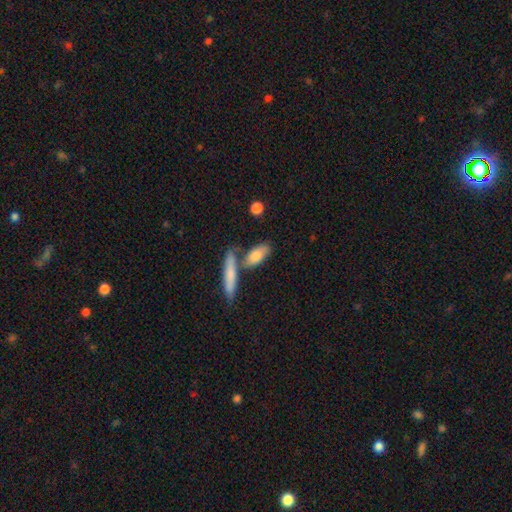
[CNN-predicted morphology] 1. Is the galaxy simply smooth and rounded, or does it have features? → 74% smooth, 20% featured or disk, 6% star or artifact.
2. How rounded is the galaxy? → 66% in between, 30% cigar-shaped, 4% round.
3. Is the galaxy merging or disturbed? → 56% none, 25% merger, 15% minor disturbance, 5% major disturbance.